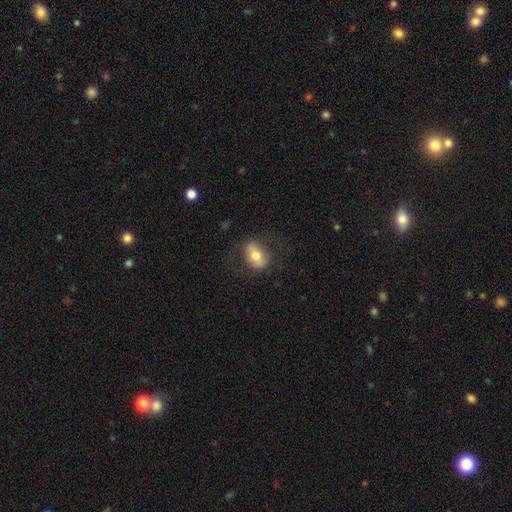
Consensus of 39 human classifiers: This is likely a smooth galaxy (64%). How rounded: possibly in between (56%). Merging: likely none (76%).